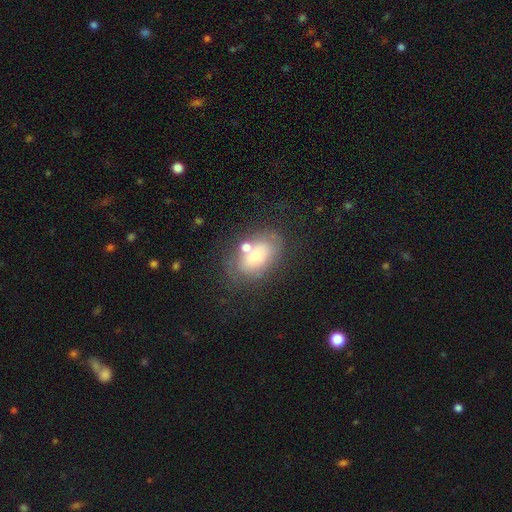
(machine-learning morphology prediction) A smooth galaxy with no disk features (55%) that is in between round and cigar-shaped (83%). Merging: none (56%).